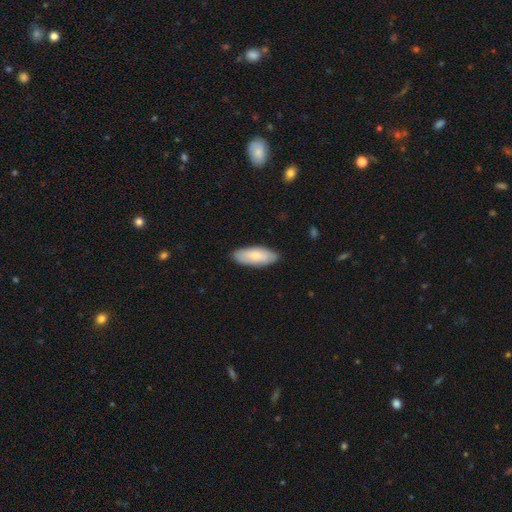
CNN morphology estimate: Smooth or featured?
  - smooth: 75% *
  - featured or disk: 20%
  - star or artifact: 5%
How rounded?
  - in between: 80% *
  - cigar-shaped: 18%
  - round: 2%
Merging?
  - none: 87% *
  - minor disturbance: 11%
  - major disturbance: 2%
  - merger: 1%